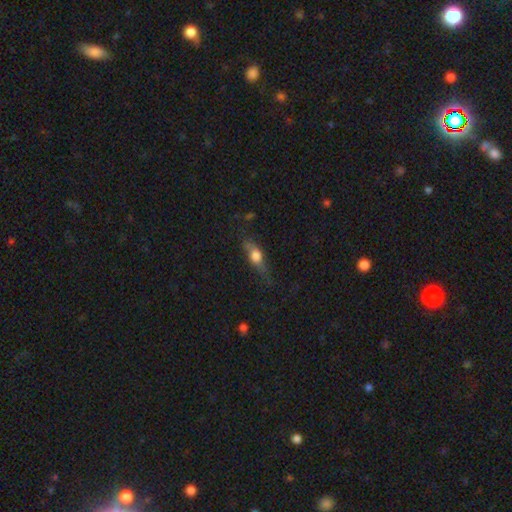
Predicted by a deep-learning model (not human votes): Smooth or featured: smooth — 59% (featured or disk — 32%)
How rounded: in between — 55% (cigar-shaped — 35%)
Merging: none — 61% (minor disturbance — 26%)